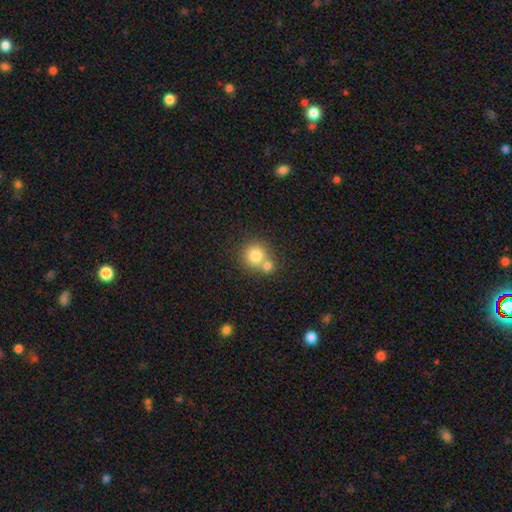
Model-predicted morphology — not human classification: smooth 79%, star or artifact 11%, featured or disk 11%. Down the decision tree: how rounded — round (89%); merging — none (47%).